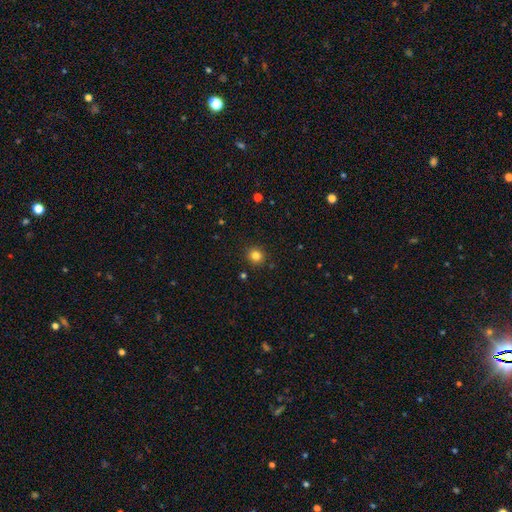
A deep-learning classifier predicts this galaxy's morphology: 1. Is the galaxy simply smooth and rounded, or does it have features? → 82% smooth, 13% star or artifact, 5% featured or disk.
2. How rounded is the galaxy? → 89% round, 10% in between, 1% cigar-shaped.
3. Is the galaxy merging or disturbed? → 90% none, 6% minor disturbance, 2% major disturbance, 2% merger.